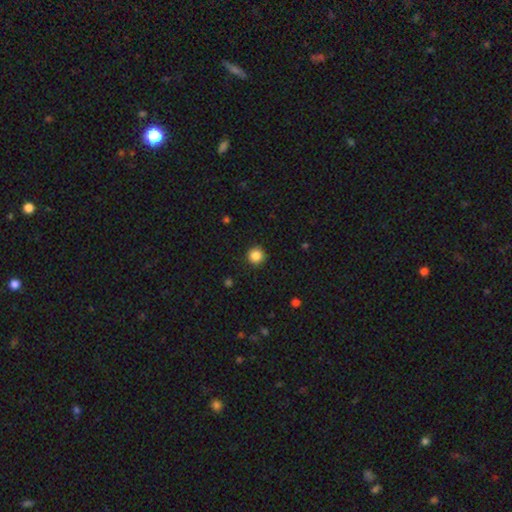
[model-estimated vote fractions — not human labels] Smooth or featured? Predicted: smooth (p=0.86). How rounded? Predicted: round (p=0.95). Merging? Predicted: none (p=0.92).